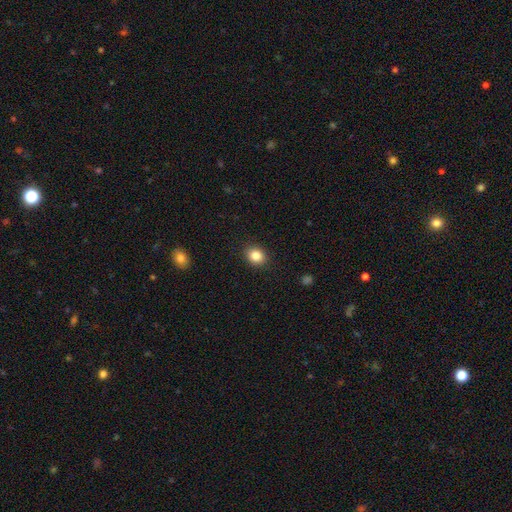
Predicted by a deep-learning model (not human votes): smooth_or_featured: smooth (p=0.85) [alt: star or artifact p=0.10]
how_rounded: round (p=0.57) [alt: in between p=0.42]
merging: none (p=0.90) [alt: minor disturbance p=0.07]